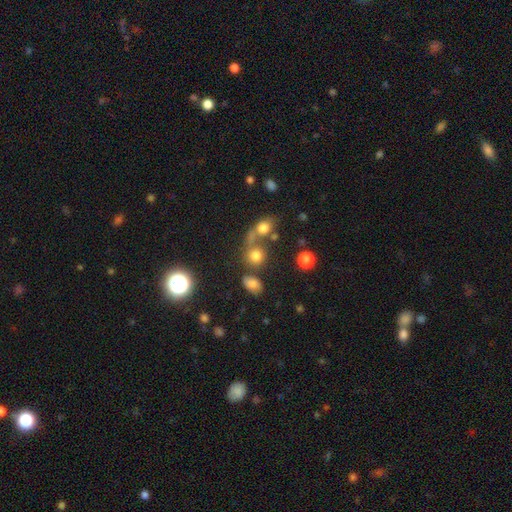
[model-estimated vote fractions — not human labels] Q: Smooth or featured?
A: smooth (75%); runner-up: star or artifact (16%)
Q: How rounded?
A: round (80%); runner-up: in between (19%)
Q: Merging?
A: none (48%); runner-up: merger (34%)